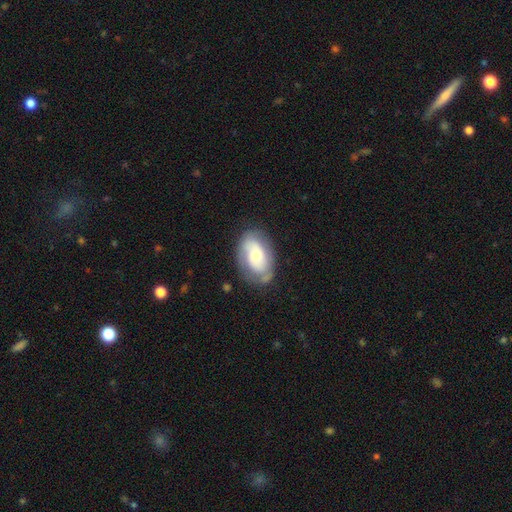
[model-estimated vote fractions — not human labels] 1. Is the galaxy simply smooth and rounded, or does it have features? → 53% featured or disk, 41% smooth, 6% star or artifact.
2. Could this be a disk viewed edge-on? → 94% no, 6% yes.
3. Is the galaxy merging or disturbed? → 67% none, 22% minor disturbance, 8% major disturbance, 2% merger.